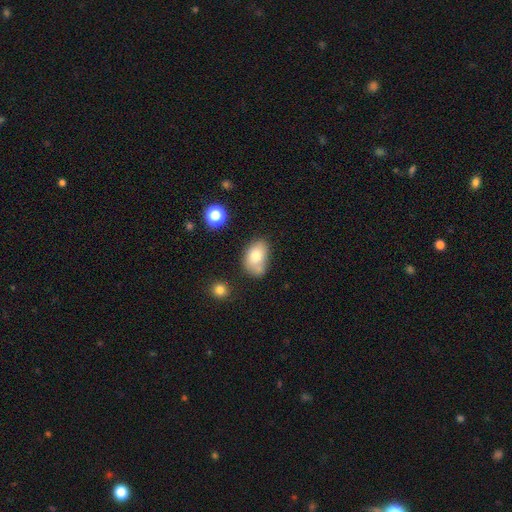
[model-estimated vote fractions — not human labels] smooth-or-featured: smooth: 76% | featured or disk: 15% | star or artifact: 9%
  how-rounded: in between: 85% | round: 14% | cigar-shaped: 1%
  merging: none: 49% | minor disturbance: 24% | merger: 19% | major disturbance: 8%